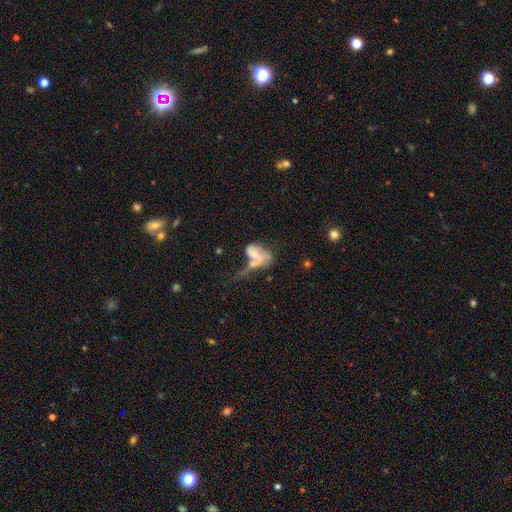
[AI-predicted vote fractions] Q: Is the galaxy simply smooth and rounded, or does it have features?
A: featured or disk — 50%.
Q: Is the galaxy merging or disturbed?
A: major disturbance — 38%.